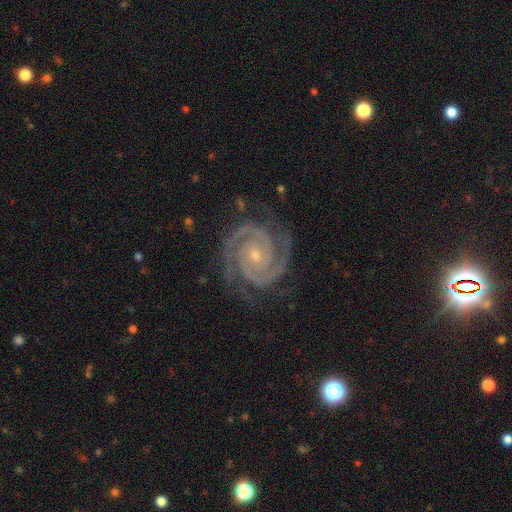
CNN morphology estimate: This is clearly a featured or disk galaxy (94%). It is clearly not viewed edge-on (98%). Bar: likely no (70%). Spiral arm pattern: clearly yes (99%). Spiral arm count: clearly 2 (85%). Spiral winding: likely tight (80%). Central bulge: likely small (68%). Merging: clearly none (81%).